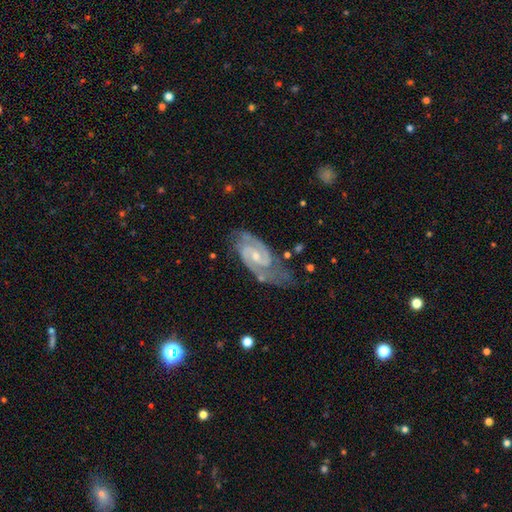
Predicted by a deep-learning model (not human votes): This appears to be a featured or disk galaxy (91%) with a weak bar (51%), 2 (91%) medium (51%) spiral arms (98%) and a small central bulge (59%). Merging: none (68%).